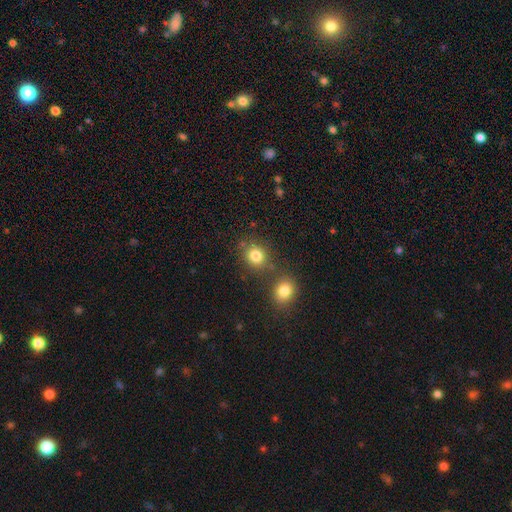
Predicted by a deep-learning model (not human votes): Q: Smooth or featured?
A: smooth (81%); runner-up: star or artifact (13%)
Q: How rounded?
A: round (76%); runner-up: in between (23%)
Q: Merging?
A: none (68%); runner-up: merger (18%)